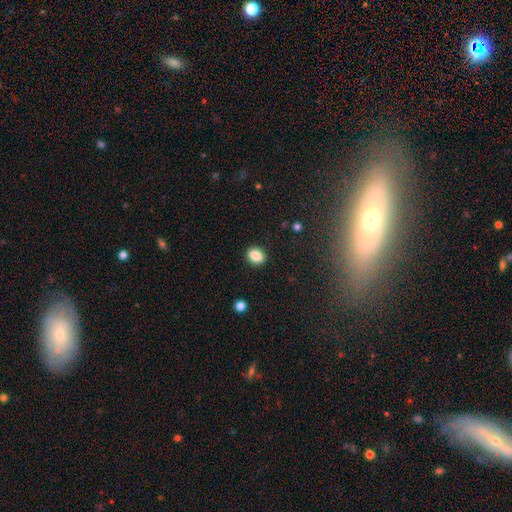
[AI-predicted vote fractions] Morphology: type=smooth (87%); roundness=in between (61%); merging=none (89%).